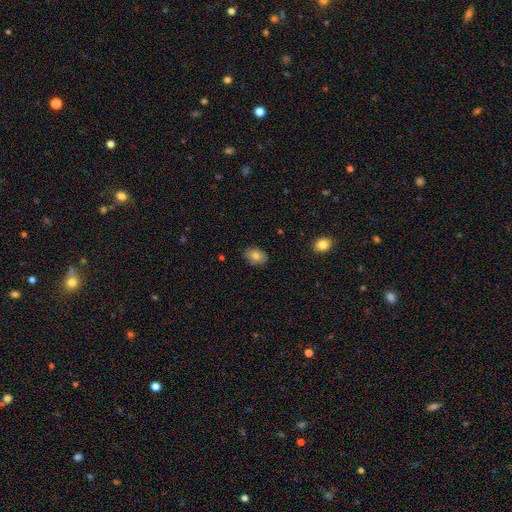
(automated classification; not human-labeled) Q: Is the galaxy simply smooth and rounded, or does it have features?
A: smooth — 79%.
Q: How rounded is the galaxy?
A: in between — 74%.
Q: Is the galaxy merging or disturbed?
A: none — 84%.